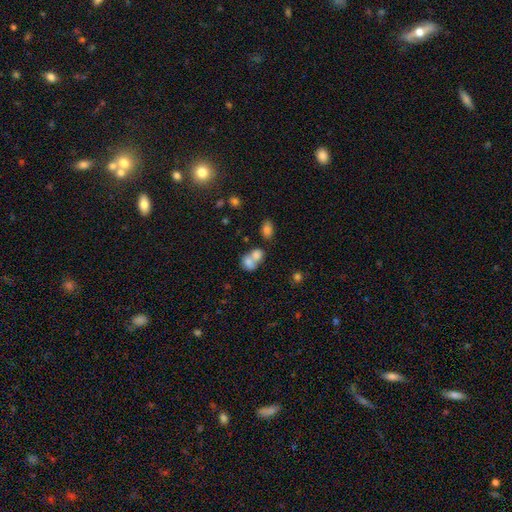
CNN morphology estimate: A smooth galaxy with no disk features (74%) that is in between round and cigar-shaped (59%).

Vote fractions:
- Smooth or featured? smooth: 74% / featured or disk: 15% / star or artifact: 10%
- How rounded? in between: 59% / round: 39% / cigar-shaped: 1%
- Merging? merger: 67% / none: 22% / minor disturbance: 7% / major disturbance: 4%